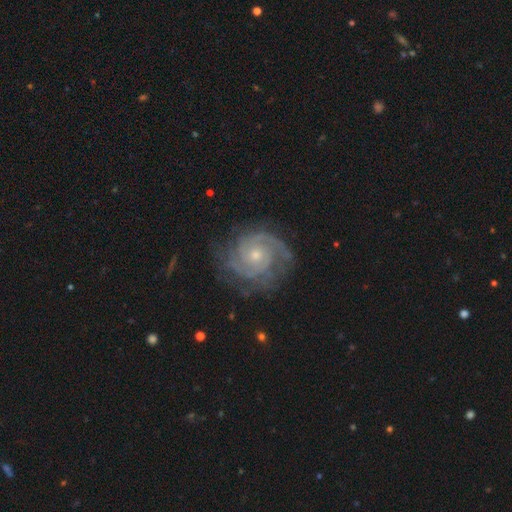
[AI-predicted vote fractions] featured or disk 89%, star or artifact 6%, smooth 5%. Down the decision tree: edge-on disk — no (98%); bar — no (76%); spiral arms — yes (98%); spiral arm count — 2 (39%); spiral winding — tight (71%); bulge size — small (59%); merging — none (76%).